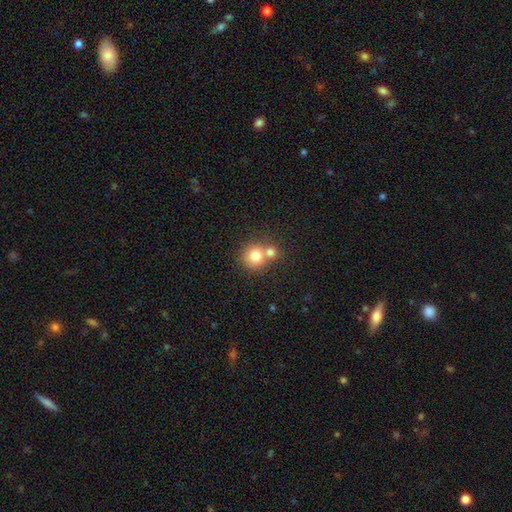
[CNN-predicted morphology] smooth-or-featured: smooth: 78% | featured or disk: 12% | star or artifact: 10%
  how-rounded: round: 89% | in between: 10% | cigar-shaped: 1%
  merging: merger: 49% | none: 42% | minor disturbance: 6% | major disturbance: 3%